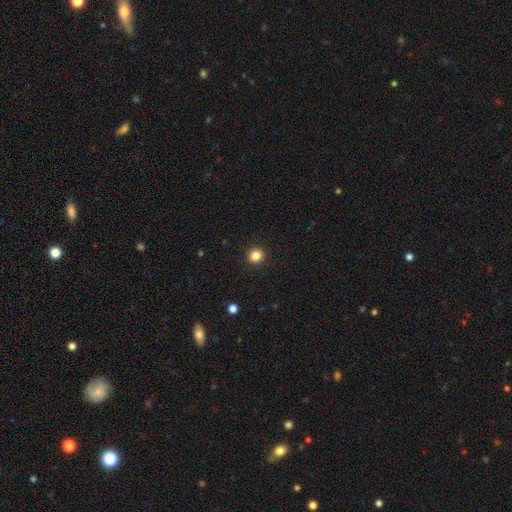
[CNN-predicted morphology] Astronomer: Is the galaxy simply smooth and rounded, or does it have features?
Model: smooth — 84%.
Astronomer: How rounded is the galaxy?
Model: round — 86%.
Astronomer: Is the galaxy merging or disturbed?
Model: none — 92%.